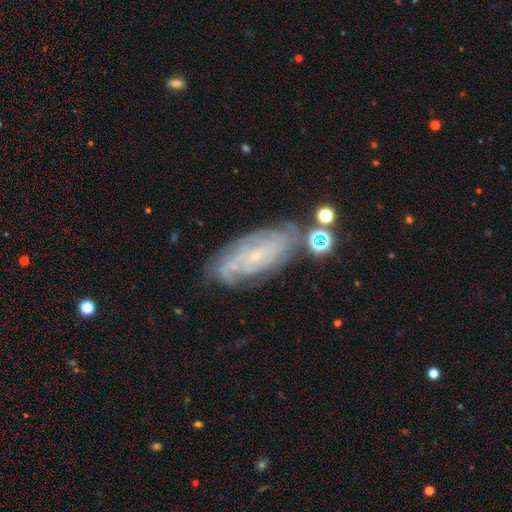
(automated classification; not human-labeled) Overall: featured or disk (75%). Edge-on disk: no (90%). Bar: no (74%). Spiral arms: yes (89%). Spiral arm count: can't tell (53%; 2 13%). Spiral winding: tight (70%). Bulge size: small (85%). Merging: none (66%).